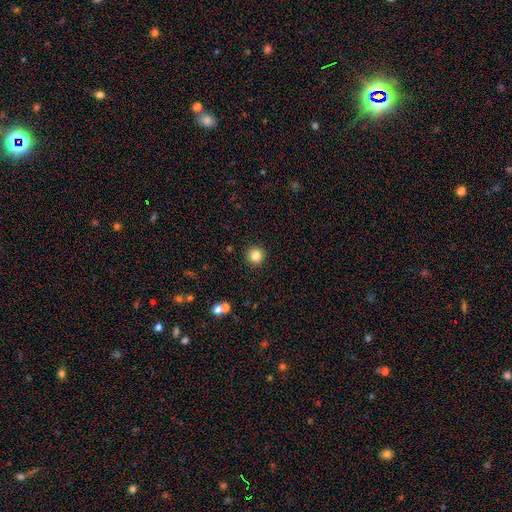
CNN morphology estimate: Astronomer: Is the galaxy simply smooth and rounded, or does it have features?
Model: smooth — 83%.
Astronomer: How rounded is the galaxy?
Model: round — 95%.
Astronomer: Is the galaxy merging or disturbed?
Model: none — 92%.